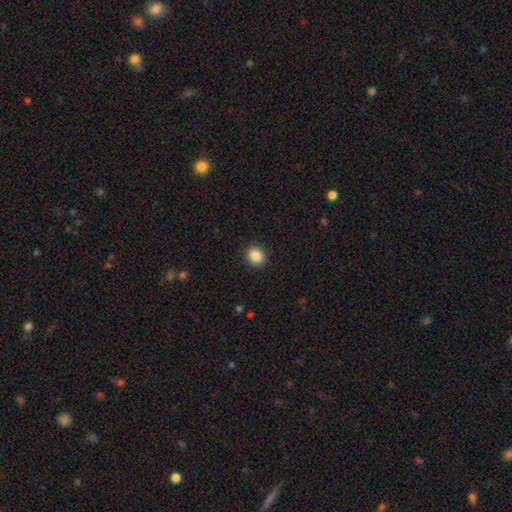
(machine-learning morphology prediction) smooth-or-featured: smooth: 87% | star or artifact: 9% | featured or disk: 4%
  how-rounded: round: 75% | in between: 24% | cigar-shaped: 1%
  merging: none: 91% | minor disturbance: 6% | major disturbance: 2% | merger: 1%